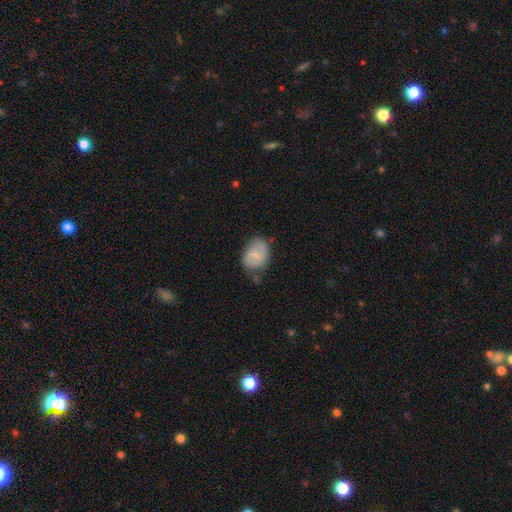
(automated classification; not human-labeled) The model was most divided on "merging": none: 57%, minor disturbance: 29%, major disturbance: 9%, merger: 5%. More confident: smooth or featured — smooth (66%); how rounded — in between (65%).